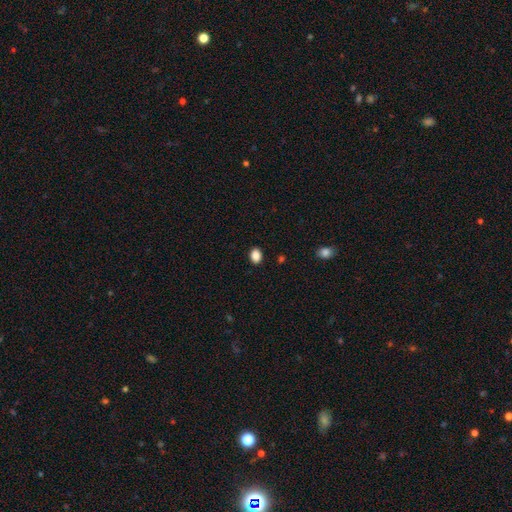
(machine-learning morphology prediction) A smooth galaxy with no disk features (88%) that is in between round and cigar-shaped (68%).

Vote fractions:
- Smooth or featured? smooth: 88% / star or artifact: 9% / featured or disk: 3%
- How rounded? in between: 68% / round: 31% / cigar-shaped: 1%
- Merging? none: 90% / minor disturbance: 7% / major disturbance: 2% / merger: 1%